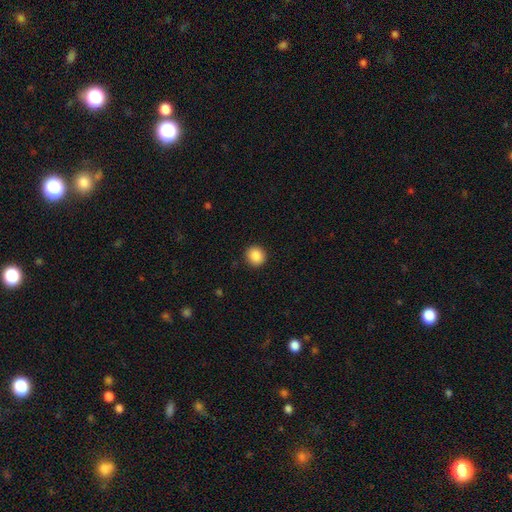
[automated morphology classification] Smooth or featured? Predicted: smooth (p=0.88). How rounded? Predicted: round (p=0.88). Merging? Predicted: none (p=0.91).